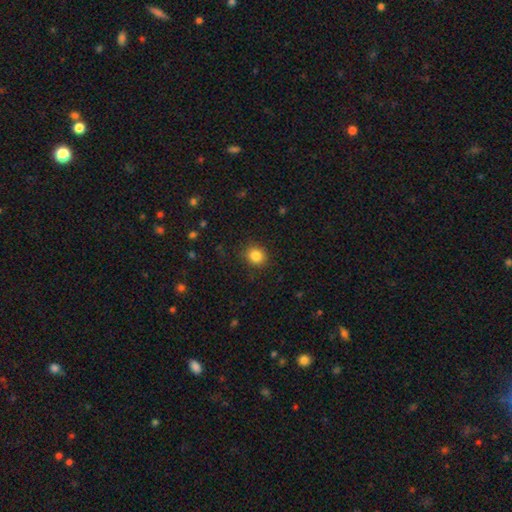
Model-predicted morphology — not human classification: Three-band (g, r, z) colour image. It shows a smooth galaxy with no disk features (85%) that is round (82%). Merging: none (87%).